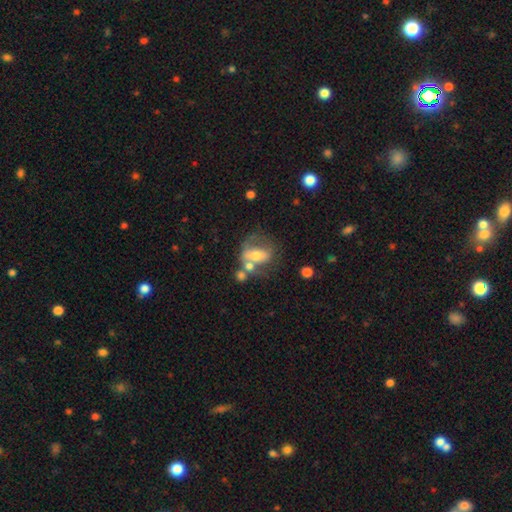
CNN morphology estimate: featured or disk 48%, smooth 43%, star or artifact 9%. Down the decision tree: merging — merger (34%).